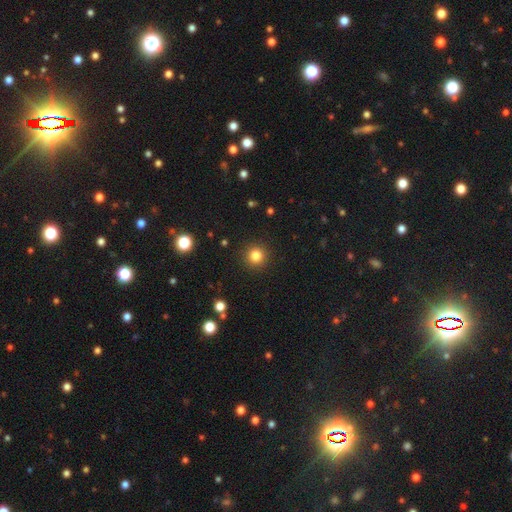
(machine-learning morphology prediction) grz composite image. It shows a smooth galaxy with no disk features (82%) that is round (95%). Merging: none (92%).